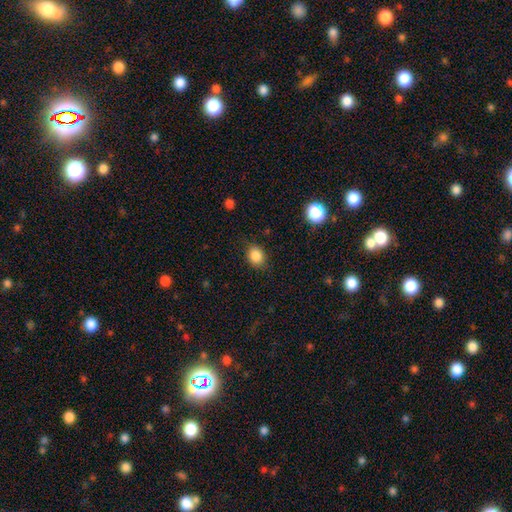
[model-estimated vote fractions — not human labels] Smooth or featured?
  - smooth: 86% *
  - star or artifact: 10%
  - featured or disk: 4%
How rounded?
  - round: 51% *
  - in between: 48%
  - cigar-shaped: 1%
Merging?
  - none: 82% *
  - minor disturbance: 13%
  - major disturbance: 4%
  - merger: 1%